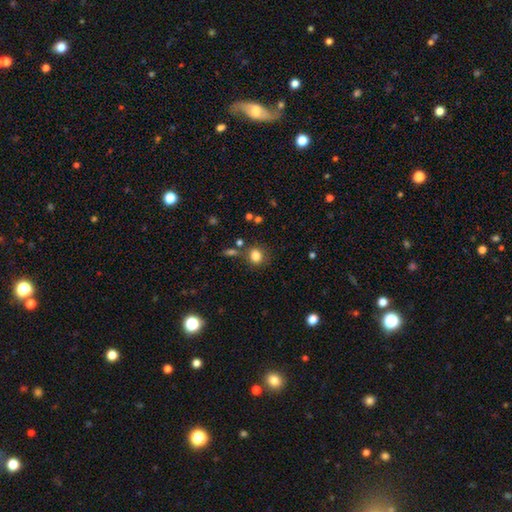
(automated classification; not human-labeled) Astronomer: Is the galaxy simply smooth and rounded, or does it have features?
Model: smooth — 83%.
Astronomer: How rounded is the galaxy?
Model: round — 67%.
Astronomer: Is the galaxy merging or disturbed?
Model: none — 76%.